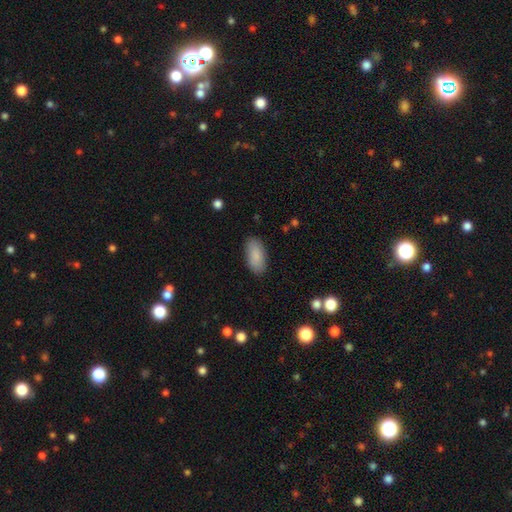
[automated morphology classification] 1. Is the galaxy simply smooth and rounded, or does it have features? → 87% smooth, 6% featured or disk, 6% star or artifact.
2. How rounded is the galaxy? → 92% in between, 5% cigar-shaped, 2% round.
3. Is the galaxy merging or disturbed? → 86% none, 10% minor disturbance, 3% major disturbance, 1% merger.